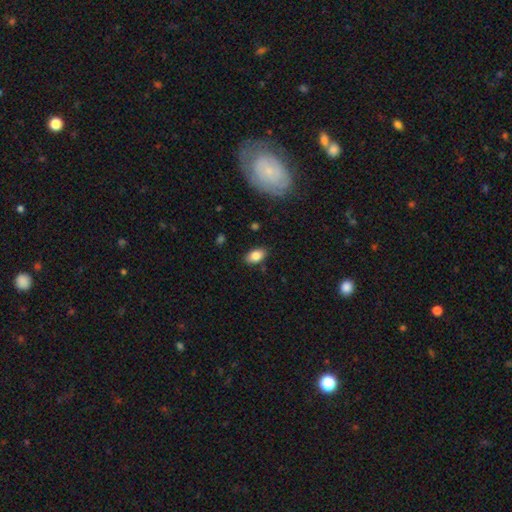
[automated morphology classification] This is clearly a smooth galaxy (83%). How rounded: clearly in between (90%). Merging: clearly none (85%).